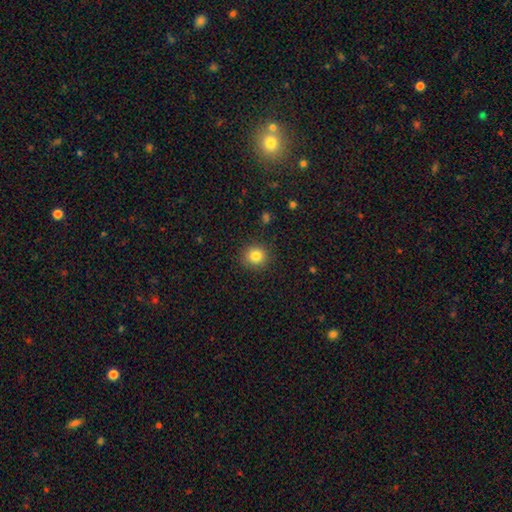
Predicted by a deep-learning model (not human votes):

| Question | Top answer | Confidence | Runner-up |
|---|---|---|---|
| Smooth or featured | smooth | 82% | star or artifact (11%) |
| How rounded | round | 88% | in between (11%) |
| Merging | none | 89% | minor disturbance (7%) |